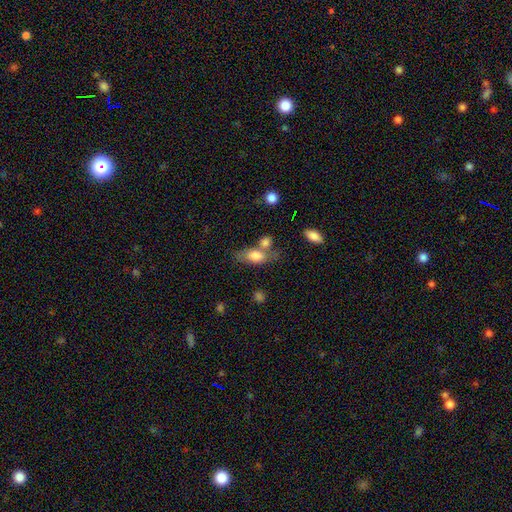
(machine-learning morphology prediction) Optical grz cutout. It shows a smooth galaxy with no disk features (76%) that is in between round and cigar-shaped (82%). Merging: none (45%).